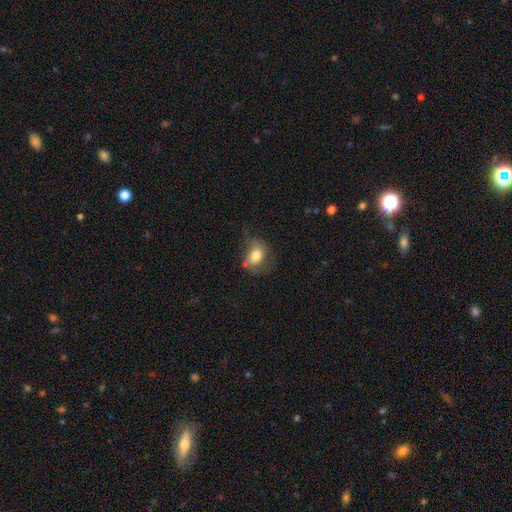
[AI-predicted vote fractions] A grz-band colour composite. It shows a smooth galaxy with no disk features (72%) that is in between round and cigar-shaped (65%). Merging: none (46%).